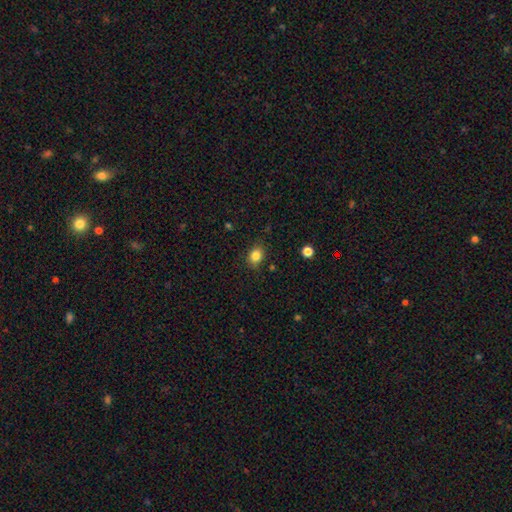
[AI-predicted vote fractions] Overall: smooth (84%). How rounded: in between (59%; round 40%). Merging: none (83%).